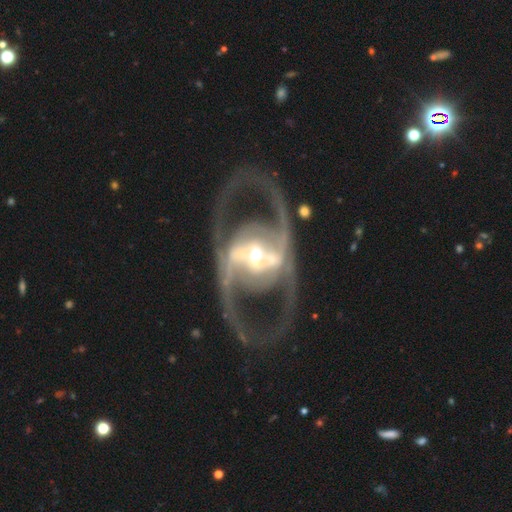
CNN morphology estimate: This is clearly a featured or disk galaxy (90%). It is clearly not viewed edge-on (96%). Bar: likely strong (62%). Spiral arm pattern: clearly yes (88%). Spiral arm count: clearly 2 (87%). Spiral winding: possibly medium (54%). Central bulge: possibly moderate (59%). Merging: possibly none (60%).